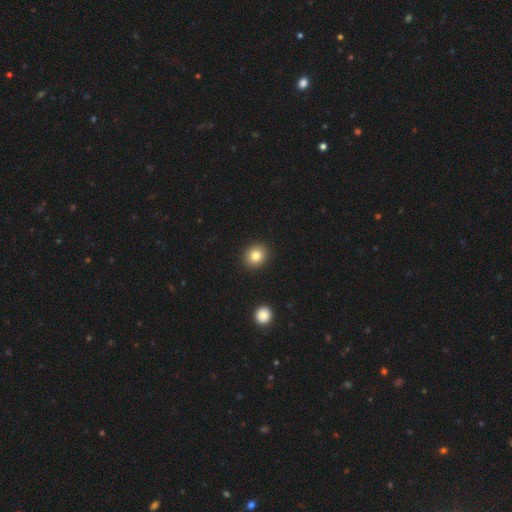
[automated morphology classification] type=smooth (82%); roundness=round (80%); merging=none (91%).